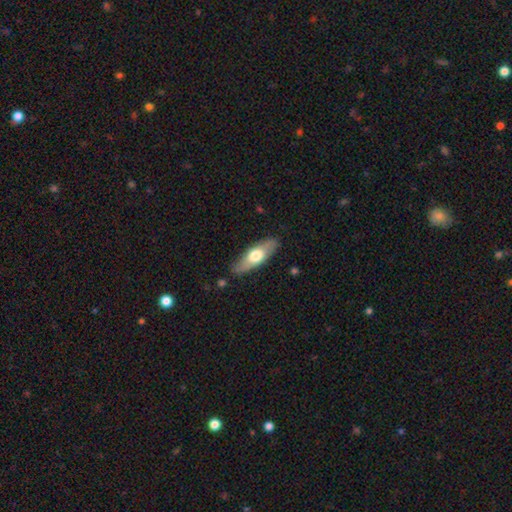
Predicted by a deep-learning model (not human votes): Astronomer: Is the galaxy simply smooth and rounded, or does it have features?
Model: smooth — 59% (runner-up: featured or disk, 36%).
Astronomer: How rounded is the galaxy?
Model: in between — 58% (runner-up: cigar-shaped, 40%).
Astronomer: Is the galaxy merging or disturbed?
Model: none — 84%.